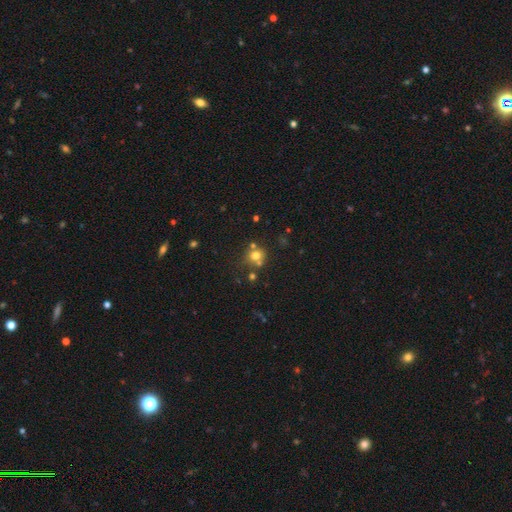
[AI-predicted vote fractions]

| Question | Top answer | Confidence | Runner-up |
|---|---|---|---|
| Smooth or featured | smooth | 69% | star or artifact (18%) |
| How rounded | round | 84% | in between (15%) |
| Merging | none | 57% | merger (28%) |